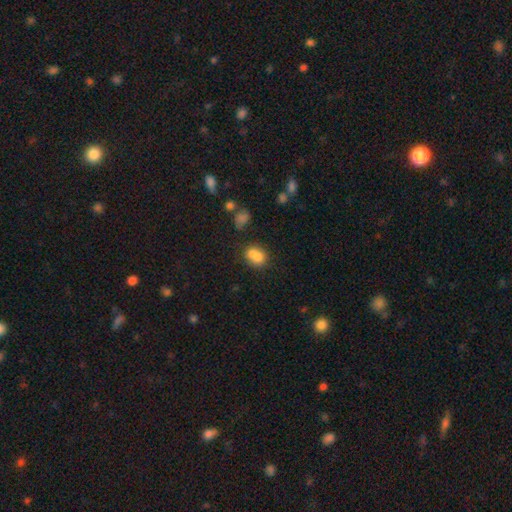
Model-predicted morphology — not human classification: Smooth or featured? smooth (74%)
How rounded? round (55%)
Merging? merger (51%)